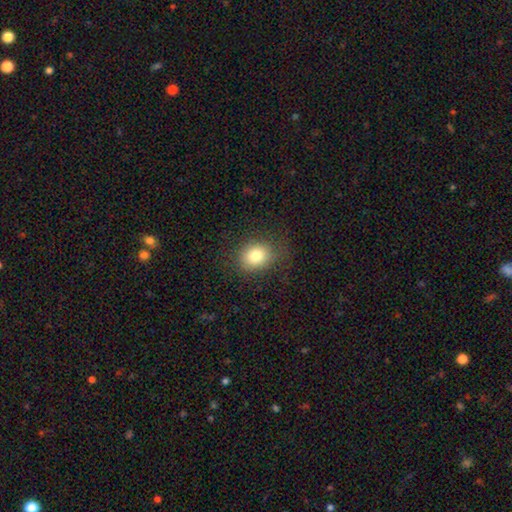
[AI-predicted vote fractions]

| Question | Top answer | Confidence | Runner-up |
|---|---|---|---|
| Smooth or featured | smooth | 80% | star or artifact (11%) |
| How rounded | round | 57% | in between (42%) |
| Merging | none | 79% | minor disturbance (14%) |